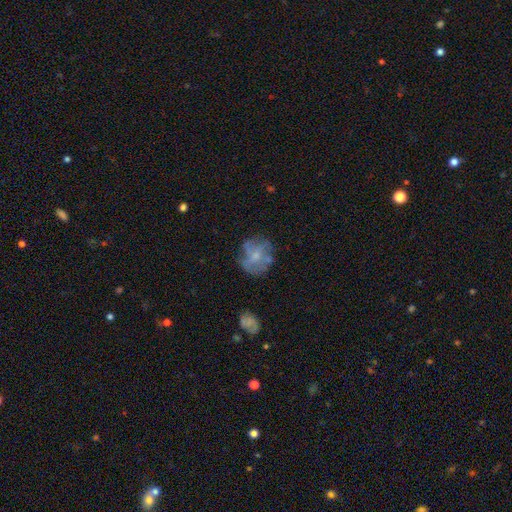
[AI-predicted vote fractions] The model was most divided on "bulge size": small: 46%, moderate: 37%, none: 13%, large: 2%, dominant: 1%. More confident: edge-on disk — no (97%); bar — no (77%); spiral arms — no (65%); merging — none (58%); smooth or featured — featured or disk (52%).